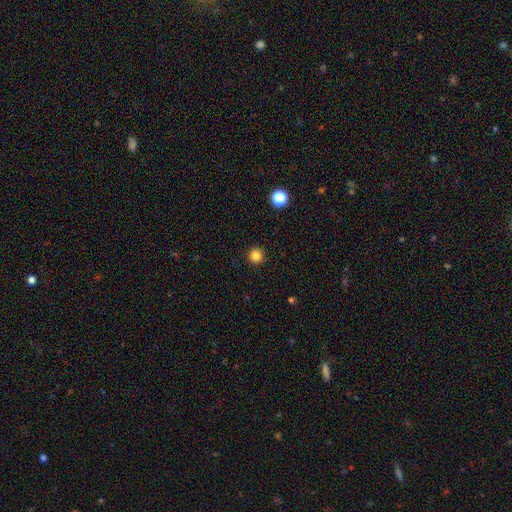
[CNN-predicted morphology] This appears to be a smooth galaxy with no disk features (84%) that is round (96%). Merging: none (93%).